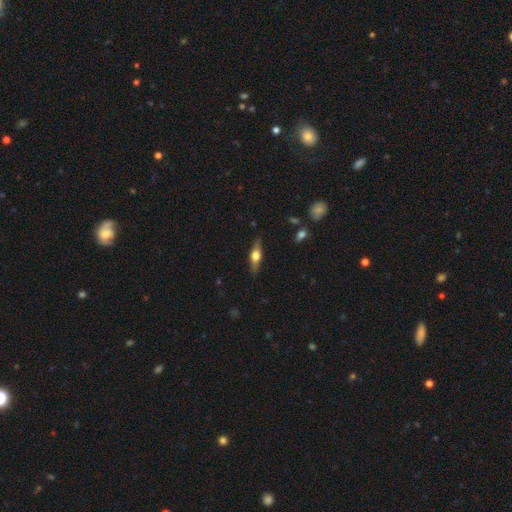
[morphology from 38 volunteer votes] Overall: featured or disk (53%; smooth 37%). Edge-on disk: yes (95%). Edge-on bulge: rounded (84%). Merging: none (88%).